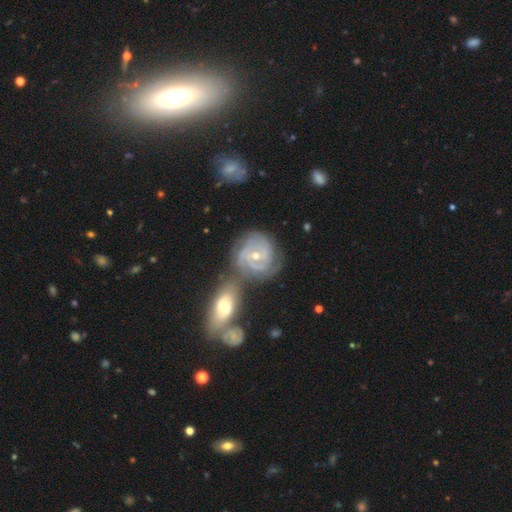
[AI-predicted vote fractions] Morphology: type=featured or disk (87%); edge-on=no (97%); bar=no (49%); spiral arms=yes (97%); winding=tight (72%); arm count=3 (35%); bulge=moderate (49%); merging=none (50%).